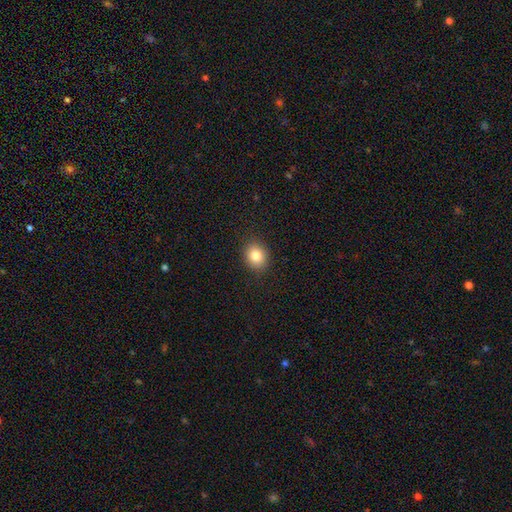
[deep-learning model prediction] Morphology: type=smooth (82%); roundness=round (61%); merging=none (89%).